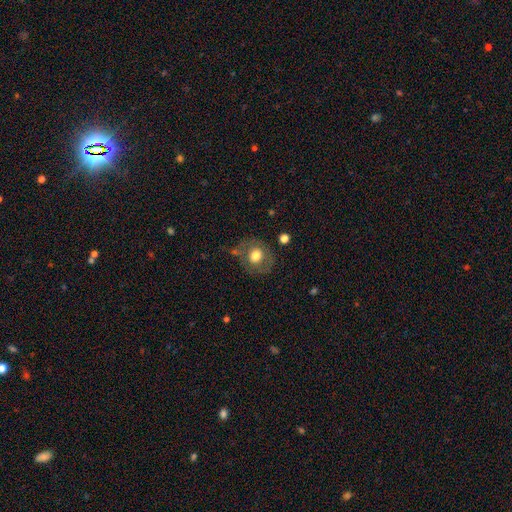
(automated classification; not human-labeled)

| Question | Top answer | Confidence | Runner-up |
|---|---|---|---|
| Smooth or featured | smooth | 63% | featured or disk (28%) |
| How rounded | round | 77% | in between (22%) |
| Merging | none | 67% | minor disturbance (19%) |